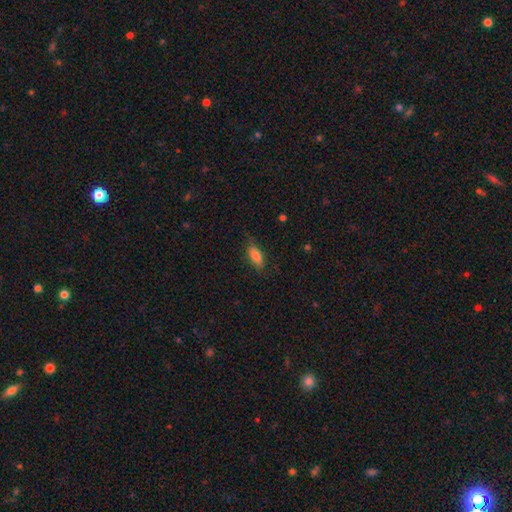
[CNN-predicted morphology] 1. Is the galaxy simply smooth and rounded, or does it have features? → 81% smooth, 12% featured or disk, 7% star or artifact.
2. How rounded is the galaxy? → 78% in between, 20% cigar-shaped, 2% round.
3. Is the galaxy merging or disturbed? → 76% none, 18% minor disturbance, 4% major disturbance, 1% merger.